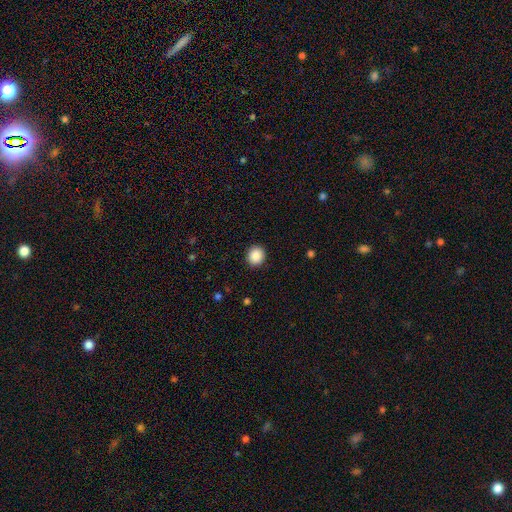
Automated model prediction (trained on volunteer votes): smooth-or-featured: smooth: 88% | star or artifact: 9% | featured or disk: 3%
  how-rounded: round: 82% | in between: 17% | cigar-shaped: 1%
  merging: none: 91% | minor disturbance: 6% | major disturbance: 2% | merger: 1%